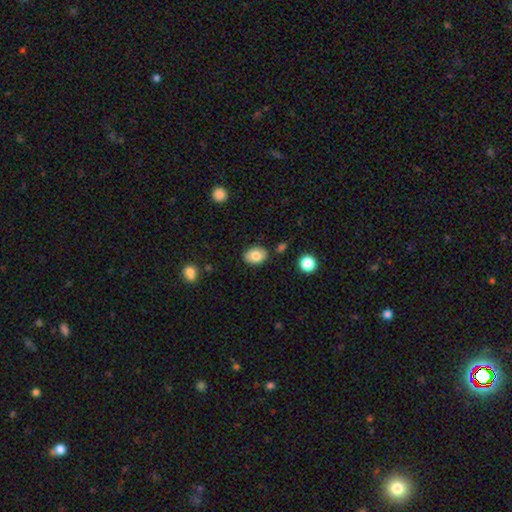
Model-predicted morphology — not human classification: smooth 83%, featured or disk 9%, star or artifact 8%. Down the decision tree: how rounded — in between (74%); merging — none (84%).